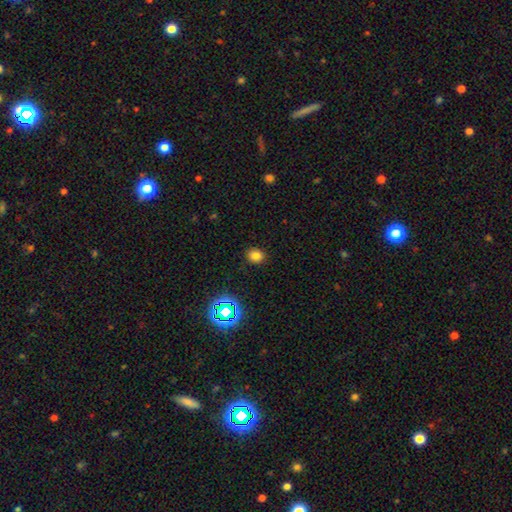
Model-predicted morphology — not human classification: Overall: smooth (76%). How rounded: round (60%; in between 39%). Merging: none (88%).